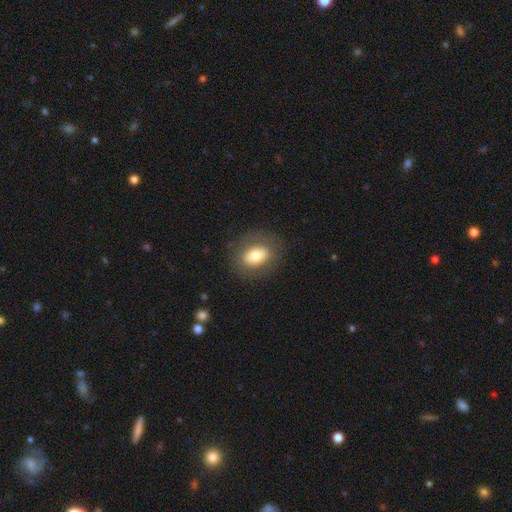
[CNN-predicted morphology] smooth 67%, featured or disk 25%, star or artifact 8%. Down the decision tree: how rounded — in between (62%); merging — none (81%).